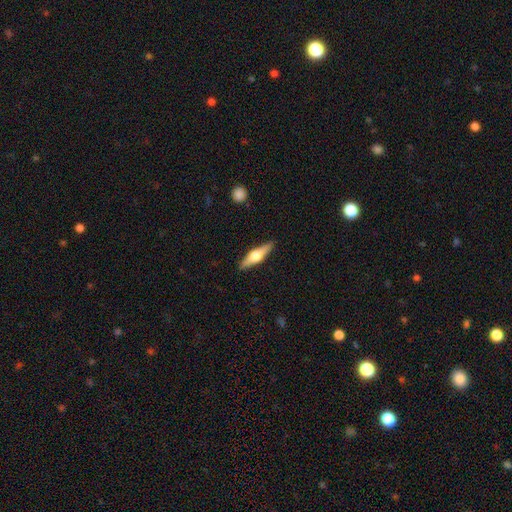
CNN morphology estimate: This appears to be a featured or disk galaxy (59%) viewed edge-on (96%) with a rounded central bulge (92%). Merging: none (89%).